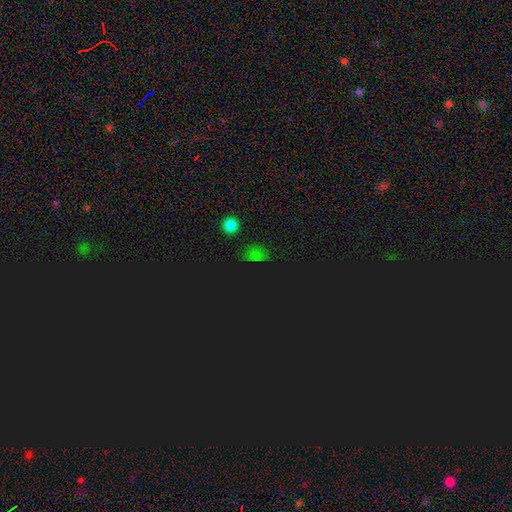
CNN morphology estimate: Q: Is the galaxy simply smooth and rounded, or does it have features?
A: star or artifact — 58%.